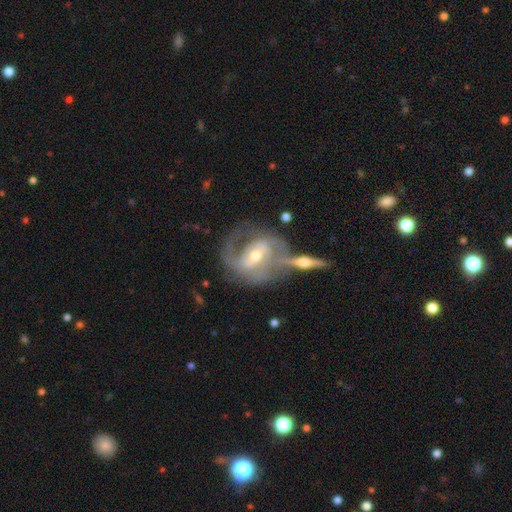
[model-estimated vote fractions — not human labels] This appears to be a featured or disk galaxy (87%) with a weak bar (43%), 2 (68%) medium (47%) spiral arms (93%) and a moderate central bulge (59%). Merging: none (42%).